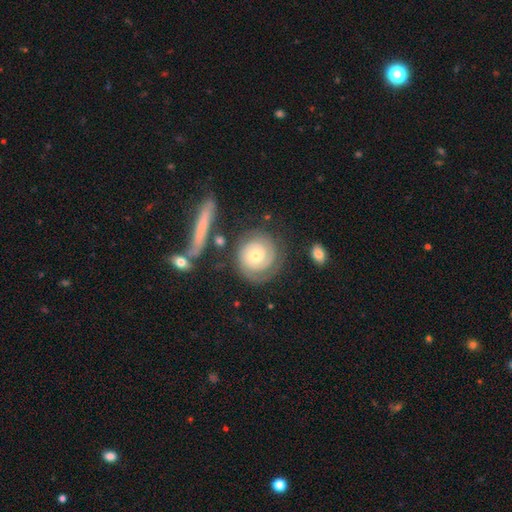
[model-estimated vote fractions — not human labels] smooth_or_featured: featured or disk (p=0.80) [alt: smooth p=0.14]
disk_edge_on: no (p=0.97) [alt: yes p=0.03]
bar: no (p=0.79) [alt: weak p=0.16]
has_spiral_arms: yes (p=0.95) [alt: no p=0.05]
spiral_winding: tight (p=0.80) [alt: medium p=0.16]
spiral_arm_count: 2 (p=0.61) [alt: can't tell p=0.14]
bulge_size: moderate (p=0.50) [alt: small p=0.43]
merging: none (p=0.76) [alt: minor disturbance p=0.13]